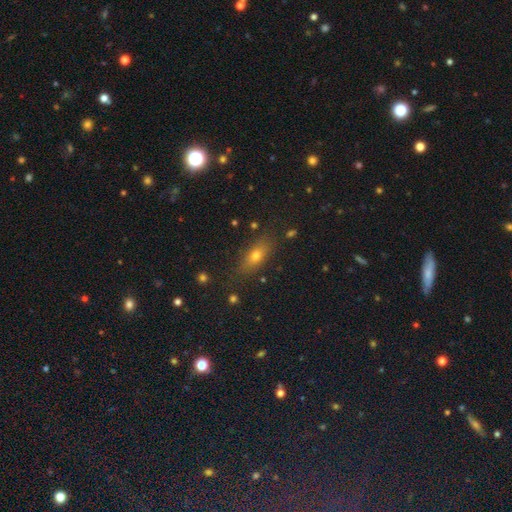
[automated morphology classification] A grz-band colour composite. It shows a smooth galaxy with no disk features (66%) that is in between round and cigar-shaped (67%). Merging: none (82%).